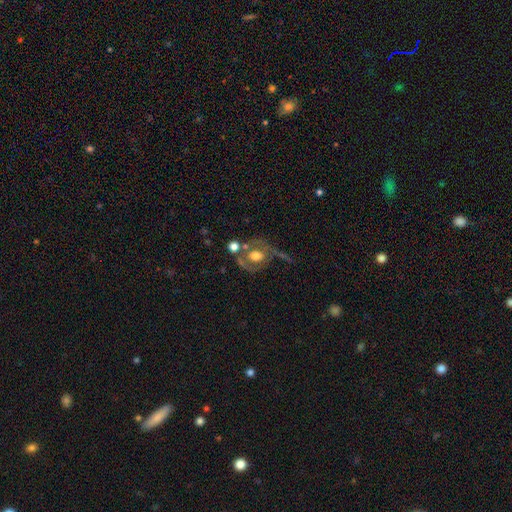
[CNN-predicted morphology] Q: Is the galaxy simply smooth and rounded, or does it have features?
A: featured or disk — 56%.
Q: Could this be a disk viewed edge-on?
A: no — 94%.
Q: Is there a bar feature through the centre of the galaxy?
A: no — 76%.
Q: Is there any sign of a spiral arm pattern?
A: no — 63%.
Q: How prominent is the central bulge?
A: moderate — 51%.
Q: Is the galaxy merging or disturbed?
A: none — 43%.